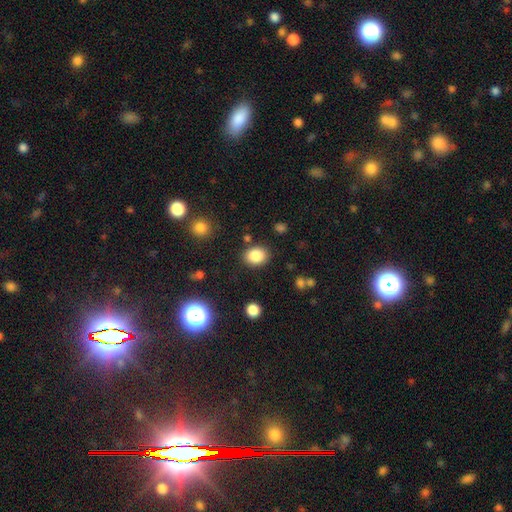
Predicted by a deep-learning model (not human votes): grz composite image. It shows a smooth galaxy with no disk features (85%) that is in between round and cigar-shaped (55%). Merging: none (84%).